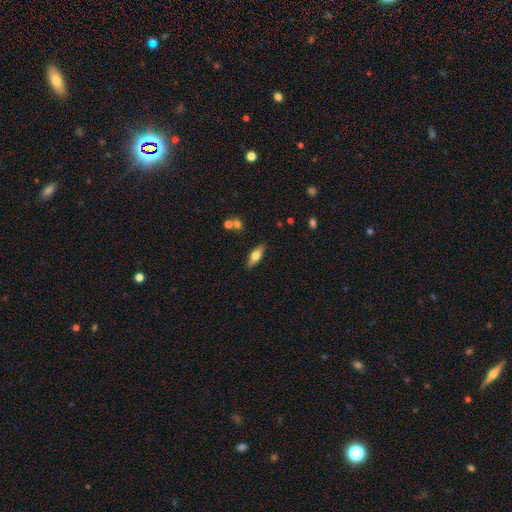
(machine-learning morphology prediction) smooth 65%, featured or disk 28%, star or artifact 7%. Down the decision tree: how rounded — in between (71%); merging — none (84%).